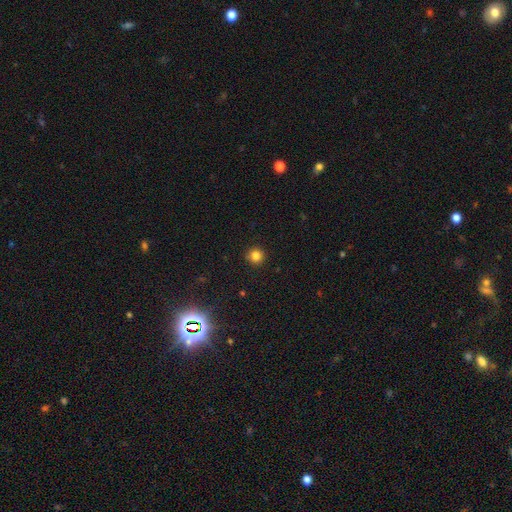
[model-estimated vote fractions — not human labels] A smooth galaxy with no disk features (81%) that is round (94%). Merging: none (91%).